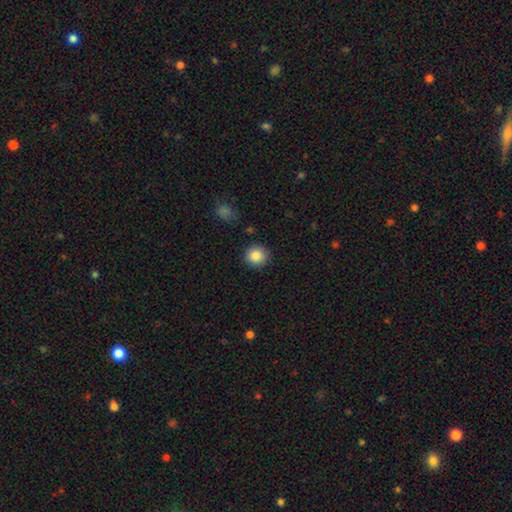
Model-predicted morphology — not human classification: smooth_or_featured: smooth (p=0.87) [alt: star or artifact p=0.09]
how_rounded: round (p=0.89) [alt: in between p=0.10]
merging: none (p=0.89) [alt: minor disturbance p=0.07]